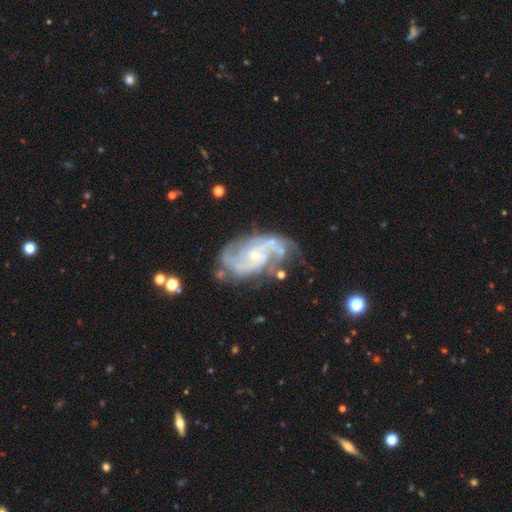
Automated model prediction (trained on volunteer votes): The model was most divided on "spiral winding": medium: 48%, tight: 38%, loose: 13%. More confident: spiral arms — yes (97%); edge-on disk — no (97%); smooth or featured — featured or disk (90%); bulge size — small (74%); merging — none (59%); bar — no (58%); spiral arm count — 2 (53%).